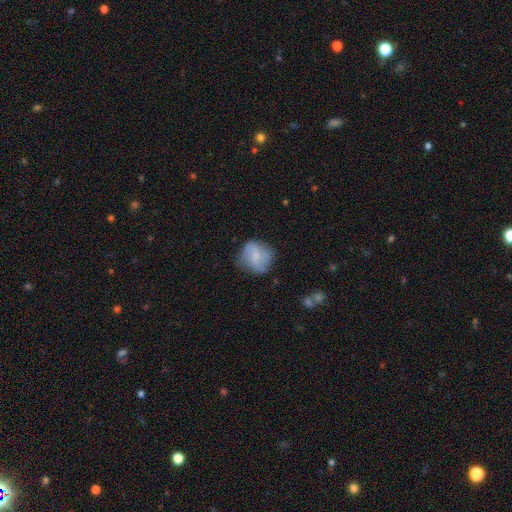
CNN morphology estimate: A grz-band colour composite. It shows a smooth galaxy with no disk features (51%) that is round (77%). Merging: none (62%).